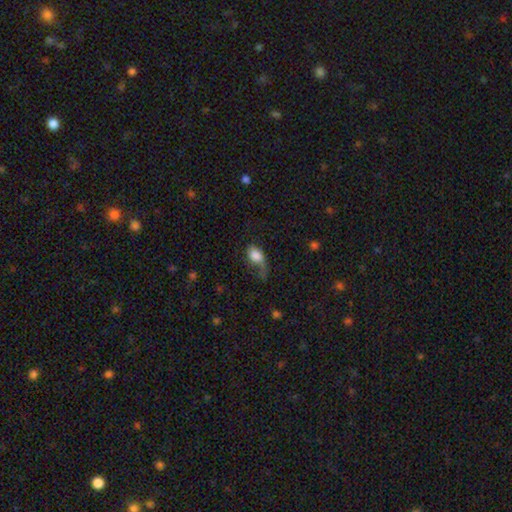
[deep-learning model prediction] Smooth or featured? Predicted: smooth (p=0.73). How rounded? Predicted: in between (p=0.83). Merging? Predicted: major disturbance (p=0.44).